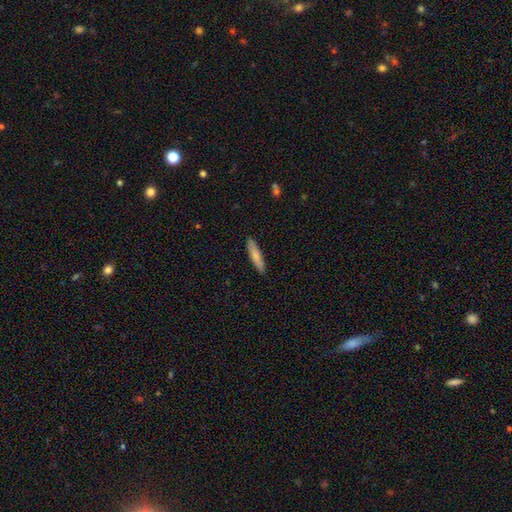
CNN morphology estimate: Smooth or featured? Predicted: smooth (p=0.77). How rounded? Predicted: cigar-shaped (p=0.78). Merging? Predicted: none (p=0.90).